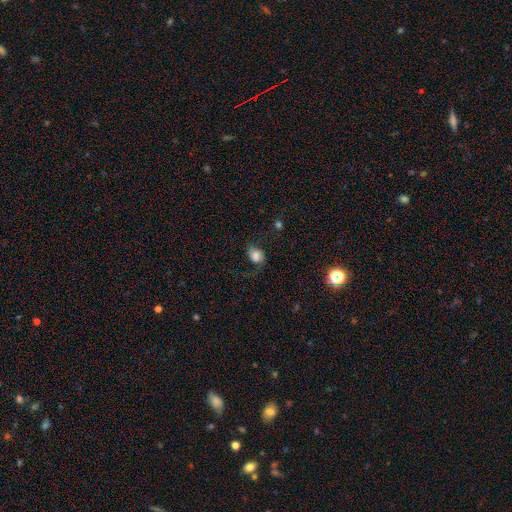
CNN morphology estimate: smooth-or-featured: smooth: 69% | featured or disk: 20% | star or artifact: 11%
  how-rounded: in between: 71% | round: 28% | cigar-shaped: 1%
  merging: none: 55% | minor disturbance: 22% | major disturbance: 20% | merger: 2%